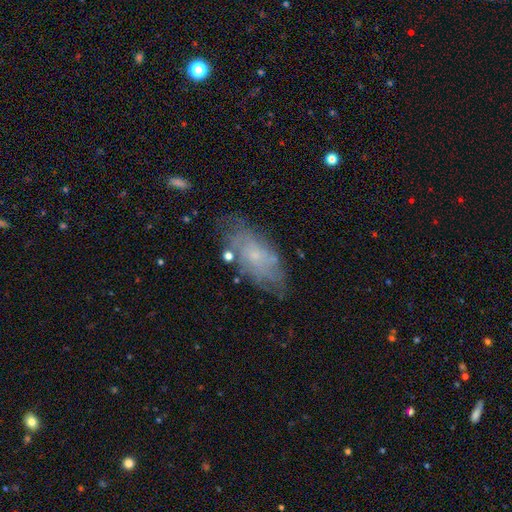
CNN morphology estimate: smooth-or-featured: featured or disk: 59% | smooth: 32% | star or artifact: 9%
  disk-edge-on: no: 90% | yes: 10%
    bar: no: 81% | weak: 17% | strong: 3%
    has-spiral-arms: yes: 73% | no: 27%
    bulge-size: small: 77% | moderate: 13% | none: 8% | large: 1% | dominant: 1%
  merging: none: 67% | minor disturbance: 22% | major disturbance: 8% | merger: 3%